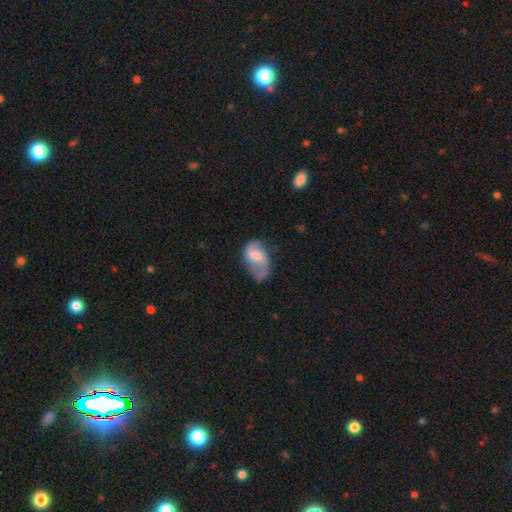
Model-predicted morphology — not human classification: Smooth or featured: featured or disk — 66% (smooth — 28%)
Edge-on disk: no — 97% (yes — 3%)
Bar: weak — 53% (no — 33%)
Spiral arms: yes — 88% (no — 12%)
Spiral winding: loose — 57% (medium — 34%)
Spiral arm count: 2 — 82% (1 — 9%)
Bulge size: moderate — 54% (small — 28%)
Merging: none — 51% (minor disturbance — 30%)